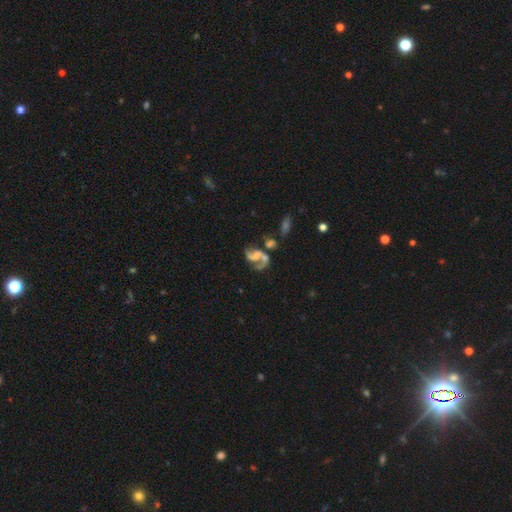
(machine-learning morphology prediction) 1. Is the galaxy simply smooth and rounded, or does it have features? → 77% featured or disk, 14% smooth, 9% star or artifact.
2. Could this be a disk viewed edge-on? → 98% no, 2% yes.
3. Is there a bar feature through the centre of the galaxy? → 49% no, 36% weak, 15% strong.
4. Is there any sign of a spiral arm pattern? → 86% yes, 14% no.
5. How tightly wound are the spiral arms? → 57% loose, 35% medium, 8% tight.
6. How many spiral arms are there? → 71% 2, 21% 1, 4% can't tell, 1% 3, 1% 4, 1% more than 4.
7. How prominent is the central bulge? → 47% none, 25% small, 20% moderate, 6% large, 2% dominant.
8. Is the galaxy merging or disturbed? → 31% merger, 29% none, 26% major disturbance, 14% minor disturbance.